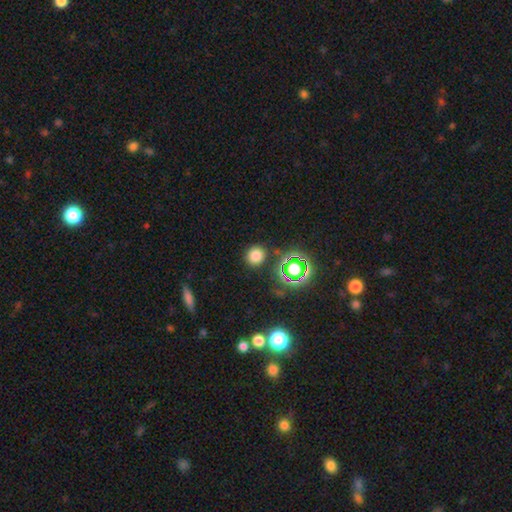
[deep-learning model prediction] Overall: smooth (74%). How rounded: round (86%). Merging: none (86%).